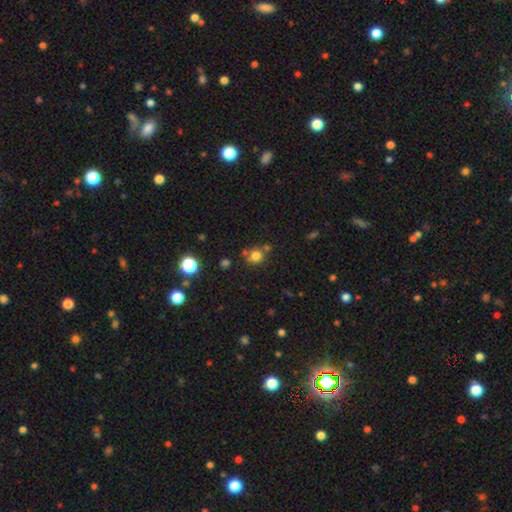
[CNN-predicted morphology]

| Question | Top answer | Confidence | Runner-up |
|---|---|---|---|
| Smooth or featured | smooth | 76% | star or artifact (17%) |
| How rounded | round | 86% | in between (13%) |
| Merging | none | 69% | merger (16%) |